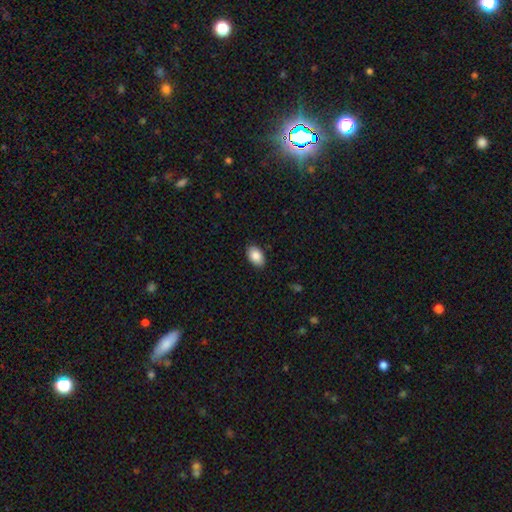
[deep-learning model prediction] Smooth or featured?
  - smooth: 87% *
  - star or artifact: 7%
  - featured or disk: 6%
How rounded?
  - in between: 92% *
  - round: 7%
  - cigar-shaped: 1%
Merging?
  - none: 87% *
  - minor disturbance: 10%
  - major disturbance: 2%
  - merger: 1%